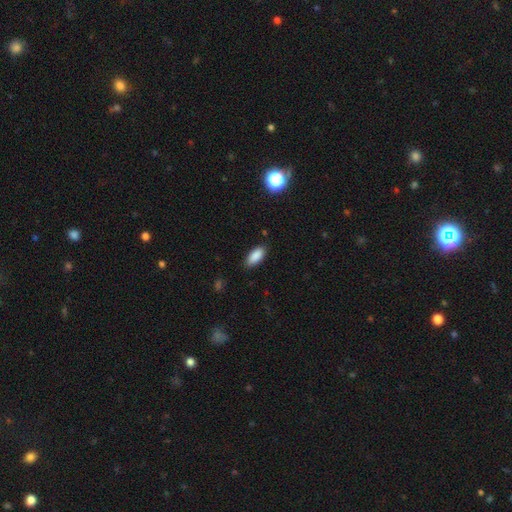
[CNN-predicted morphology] Q: Smooth or featured?
A: smooth (88%); runner-up: star or artifact (8%)
Q: How rounded?
A: in between (88%); runner-up: cigar-shaped (9%)
Q: Merging?
A: none (86%); runner-up: minor disturbance (11%)